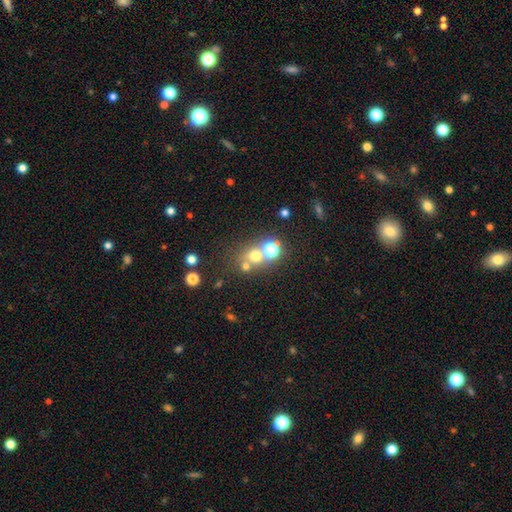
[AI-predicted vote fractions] Smooth or featured?
  - smooth: 59% *
  - star or artifact: 28%
  - featured or disk: 13%
How rounded?
  - round: 81% *
  - in between: 18%
  - cigar-shaped: 1%
Merging?
  - none: 57% *
  - merger: 29%
  - minor disturbance: 9%
  - major disturbance: 5%